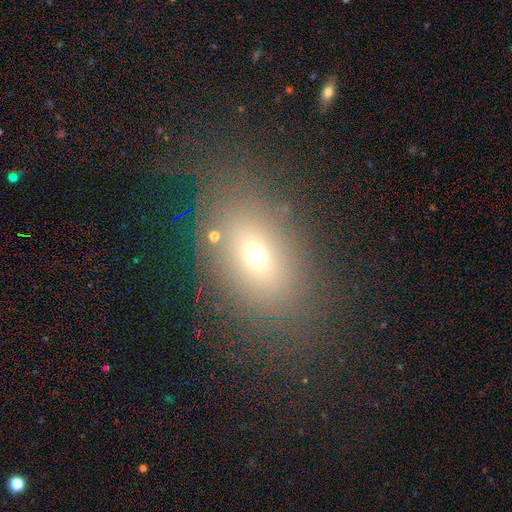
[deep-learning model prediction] smooth-or-featured: smooth: 63% | star or artifact: 19% | featured or disk: 19%
  how-rounded: in between: 75% | round: 22% | cigar-shaped: 3%
  merging: none: 75% | minor disturbance: 13% | major disturbance: 9% | merger: 3%